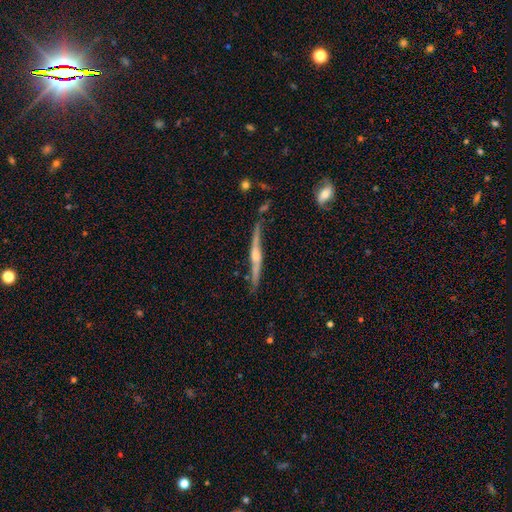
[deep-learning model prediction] Morphology: type=featured or disk (83%); edge-on=yes (94%); edge-on bulge=rounded (84%); merging=none (71%).